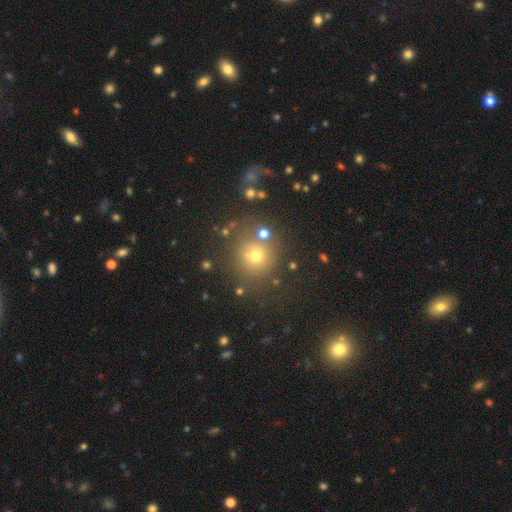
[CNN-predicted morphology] Smooth or featured: smooth — 66% (star or artifact — 23%)
How rounded: round — 91% (in between — 8%)
Merging: none — 74% (minor disturbance — 11%)